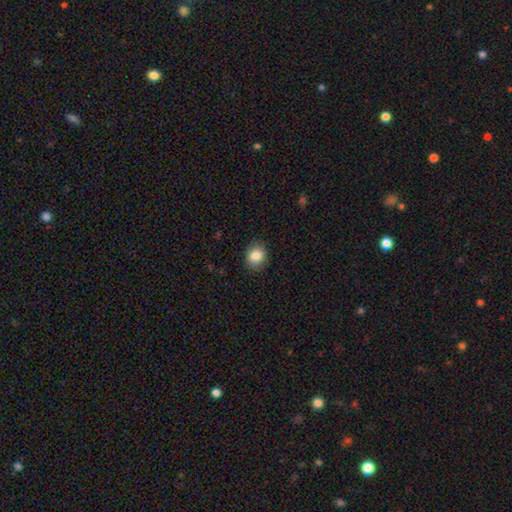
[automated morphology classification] This appears to be a smooth galaxy with no disk features (86%) that is round (65%). Merging: none (87%).